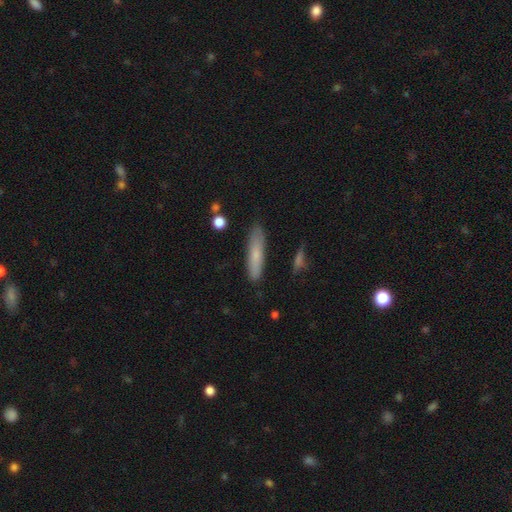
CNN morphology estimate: Overall: smooth (73%). How rounded: cigar-shaped (79%). Merging: none (83%).